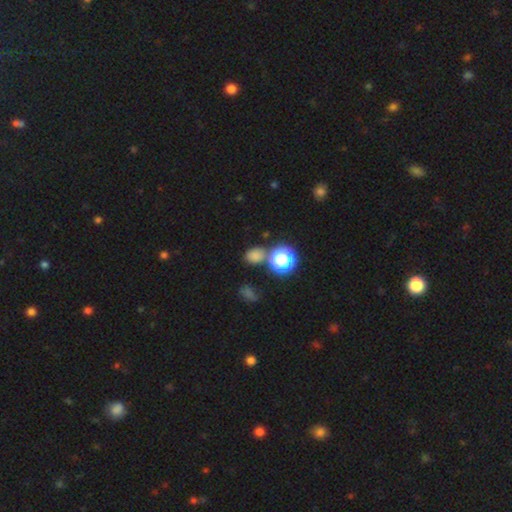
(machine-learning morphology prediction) A smooth galaxy with no disk features (72%) that is round (59%).

Vote fractions:
- Smooth or featured? smooth: 72% / star or artifact: 23% / featured or disk: 6%
- How rounded? round: 59% / in between: 40% / cigar-shaped: 1%
- Merging? none: 70% / merger: 16% / minor disturbance: 11% / major disturbance: 4%